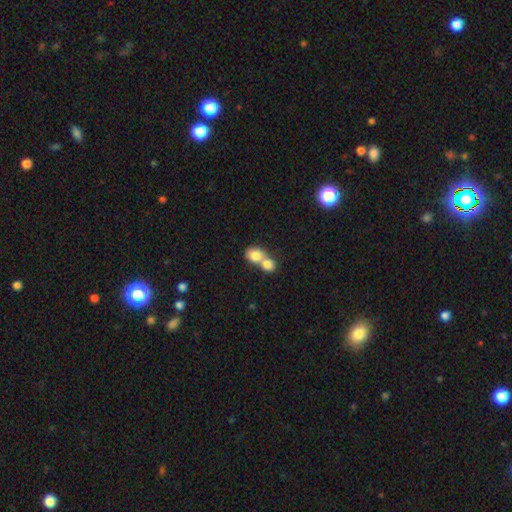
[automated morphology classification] This appears to be a smooth galaxy with no disk features (79%) that is round (62%). Merging: merger (72%).